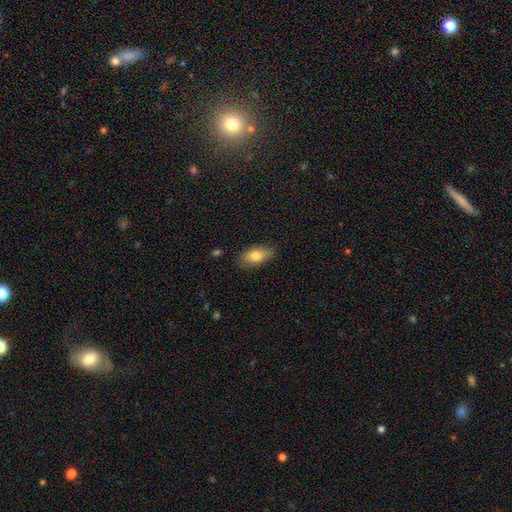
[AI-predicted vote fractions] A smooth galaxy with no disk features (81%) that is in between round and cigar-shaped (89%).

Vote fractions:
- Smooth or featured? smooth: 81% / featured or disk: 13% / star or artifact: 7%
- How rounded? in between: 89% / cigar-shaped: 8% / round: 3%
- Merging? none: 79% / minor disturbance: 16% / major disturbance: 3% / merger: 1%